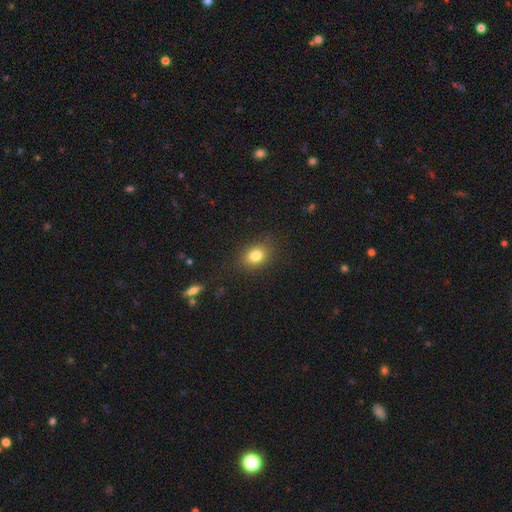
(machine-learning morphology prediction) Q: Smooth or featured?
A: smooth (81%); runner-up: star or artifact (11%)
Q: How rounded?
A: in between (55%); runner-up: round (44%)
Q: Merging?
A: none (84%); runner-up: minor disturbance (11%)